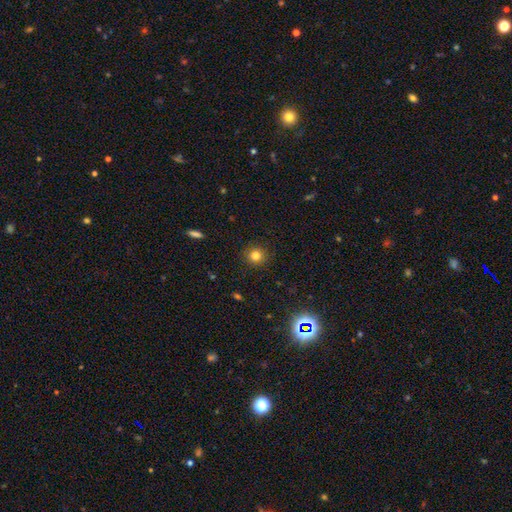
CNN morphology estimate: Smooth or featured? Predicted: smooth (p=0.80). How rounded? Predicted: round (p=0.91). Merging? Predicted: none (p=0.90).